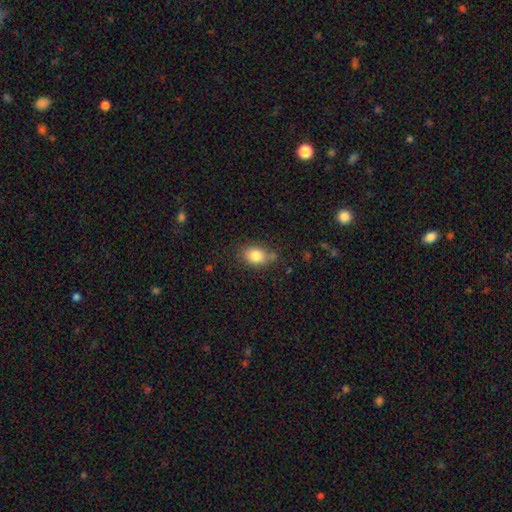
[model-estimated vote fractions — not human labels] Smooth or featured?
  - smooth: 83% *
  - star or artifact: 9%
  - featured or disk: 8%
How rounded?
  - in between: 71% *
  - round: 27%
  - cigar-shaped: 2%
Merging?
  - none: 68% *
  - minor disturbance: 23%
  - major disturbance: 5%
  - merger: 3%